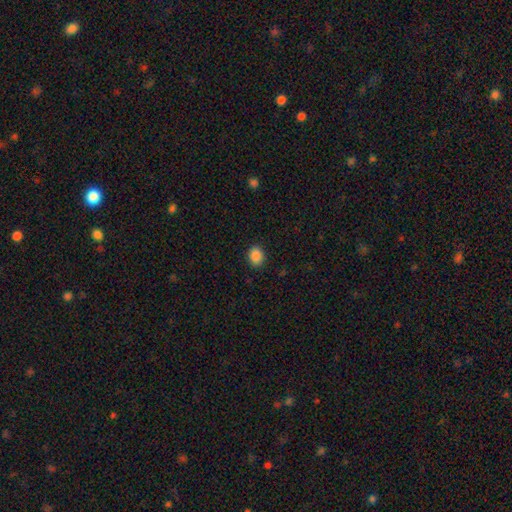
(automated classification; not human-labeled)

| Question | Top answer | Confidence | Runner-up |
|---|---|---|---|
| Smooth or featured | smooth | 88% | star or artifact (9%) |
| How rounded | in between | 54% | round (45%) |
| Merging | none | 88% | minor disturbance (8%) |